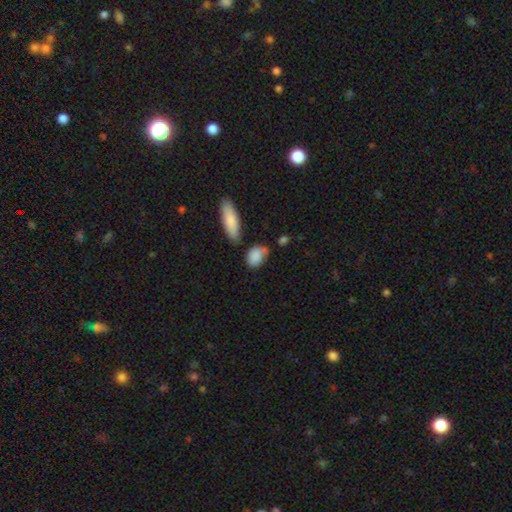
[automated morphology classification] Smooth or featured? smooth (85%)
How rounded? in between (72%)
Merging? none (52%)